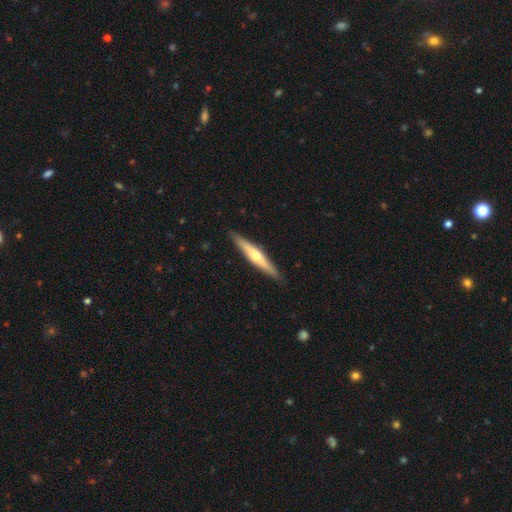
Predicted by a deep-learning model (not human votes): smooth-or-featured: featured or disk: 61% | smooth: 34% | star or artifact: 5%
  disk-edge-on: yes: 95% | no: 5%
    edge-on-bulge: rounded: 88% | none: 9% | boxy: 3%
  merging: none: 90% | minor disturbance: 7% | major disturbance: 1% | merger: 1%